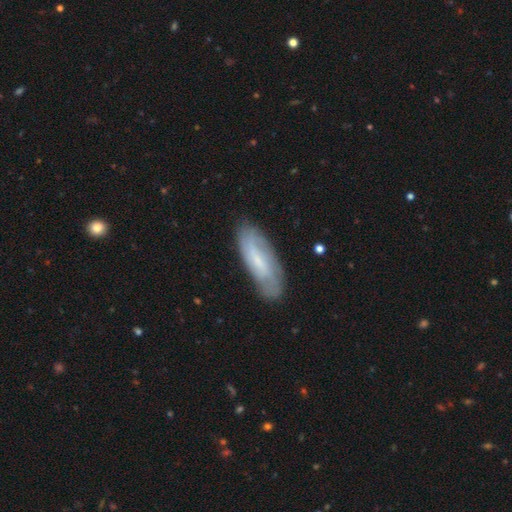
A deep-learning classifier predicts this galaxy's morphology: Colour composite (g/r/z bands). It shows a featured or disk galaxy (48%). Merging: none (81%).